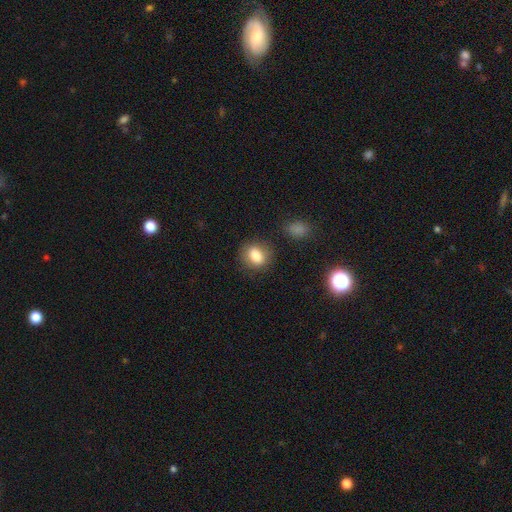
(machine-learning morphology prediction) A smooth galaxy with no disk features (82%) that is round (58%).

Vote fractions:
- Smooth or featured? smooth: 82% / star or artifact: 10% / featured or disk: 9%
- How rounded? round: 58% / in between: 41% / cigar-shaped: 1%
- Merging? none: 82% / minor disturbance: 12% / major disturbance: 4% / merger: 3%